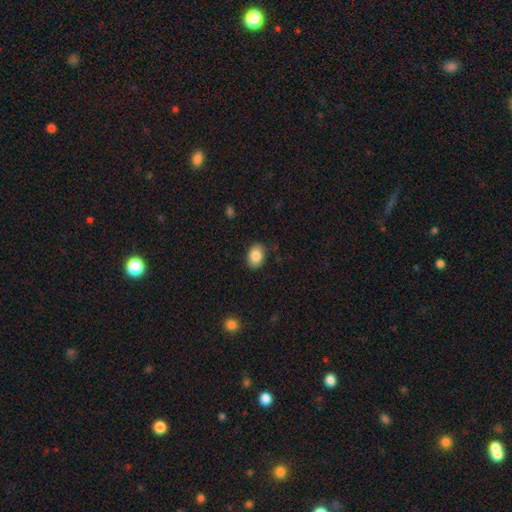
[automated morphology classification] Smooth or featured? Predicted: smooth (p=0.85). How rounded? Predicted: in between (p=0.82). Merging? Predicted: none (p=0.87).